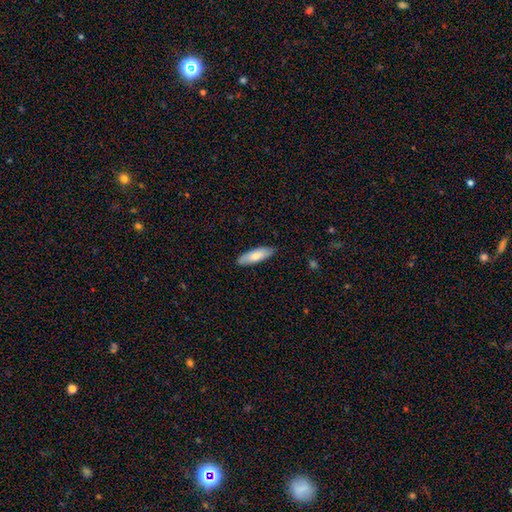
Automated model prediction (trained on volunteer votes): smooth_or_featured: smooth (p=0.76) [alt: featured or disk p=0.19]
how_rounded: cigar-shaped (p=0.52) [alt: in between p=0.47]
merging: none (p=0.86) [alt: minor disturbance p=0.11]